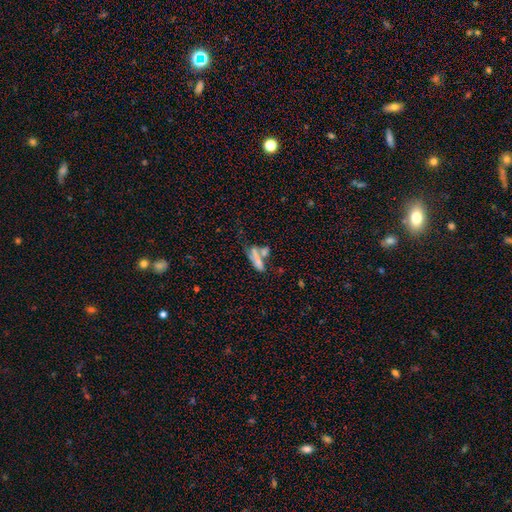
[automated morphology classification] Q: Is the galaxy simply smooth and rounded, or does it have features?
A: smooth — 63%.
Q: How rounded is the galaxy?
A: cigar-shaped — 51%.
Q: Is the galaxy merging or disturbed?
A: merger — 45%.